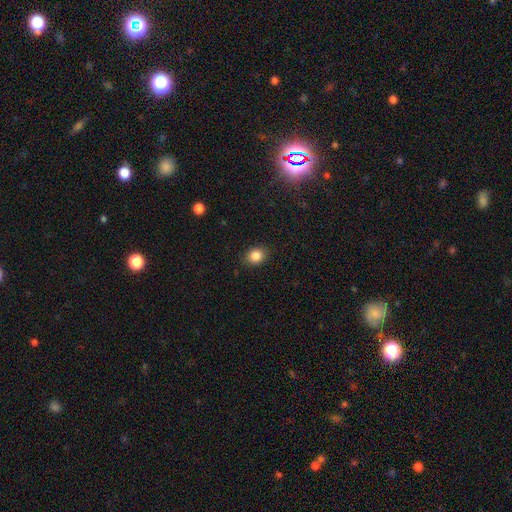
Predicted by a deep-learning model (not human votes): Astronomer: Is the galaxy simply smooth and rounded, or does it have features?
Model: smooth — 85%.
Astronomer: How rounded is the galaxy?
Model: round — 59% (runner-up: in between, 40%).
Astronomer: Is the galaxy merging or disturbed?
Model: none — 86%.